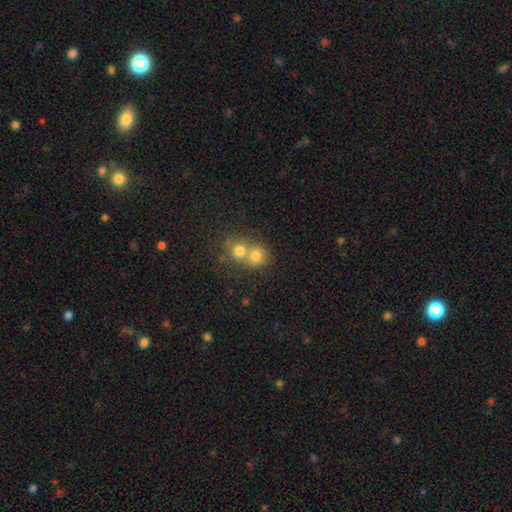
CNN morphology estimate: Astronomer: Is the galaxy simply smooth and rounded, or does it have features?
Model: smooth — 75%.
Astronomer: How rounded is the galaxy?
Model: round — 79%.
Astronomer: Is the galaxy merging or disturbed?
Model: merger — 61%.